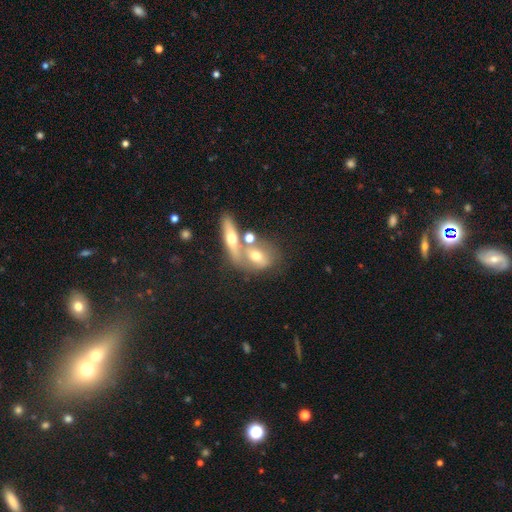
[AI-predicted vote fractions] Q: Smooth or featured?
A: smooth (46%); runner-up: featured or disk (45%)
Q: Merging?
A: merger (46%); runner-up: none (37%)